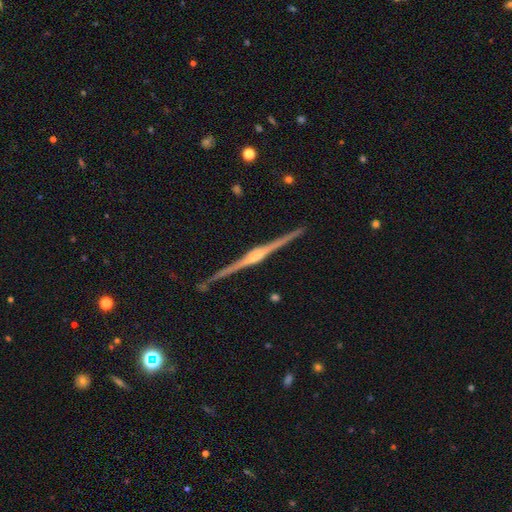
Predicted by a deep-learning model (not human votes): The model was most divided on "edge-on bulge": rounded: 78%, boxy: 15%, none: 7%. More confident: edge-on disk — yes (99%); merging — none (91%); smooth or featured — featured or disk (89%).